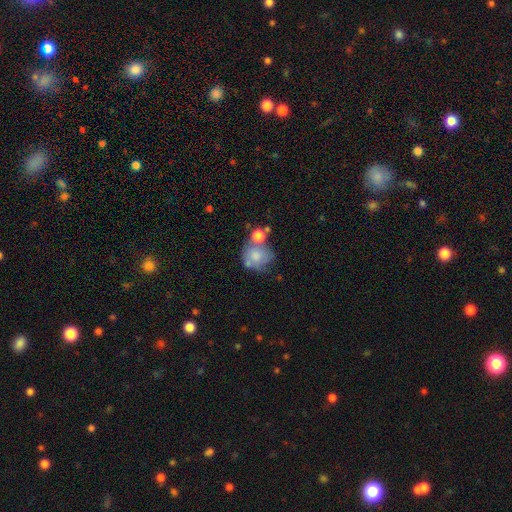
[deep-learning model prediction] smooth 65%, featured or disk 26%, star or artifact 9%. Down the decision tree: how rounded — round (72%); merging — merger (34%, tied with none).